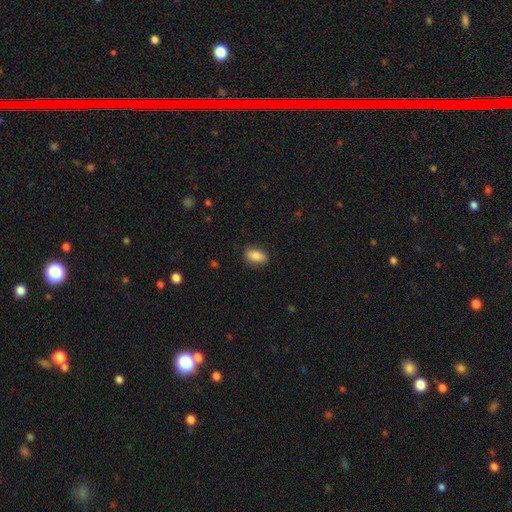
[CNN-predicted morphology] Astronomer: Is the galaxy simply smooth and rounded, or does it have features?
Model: smooth — 83%.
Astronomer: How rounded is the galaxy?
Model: in between — 86%.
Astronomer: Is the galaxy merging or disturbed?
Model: none — 82%.